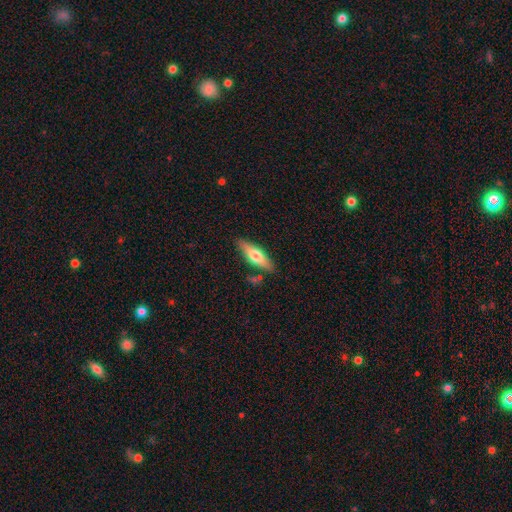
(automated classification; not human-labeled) Smooth or featured?
  - smooth: 56% *
  - featured or disk: 39%
  - star or artifact: 6%
How rounded?
  - cigar-shaped: 52% *
  - in between: 46%
  - round: 2%
Merging?
  - none: 82% *
  - minor disturbance: 12%
  - merger: 4%
  - major disturbance: 2%